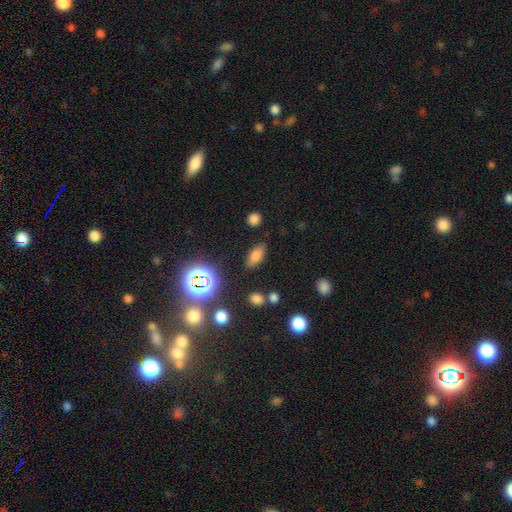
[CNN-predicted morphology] smooth_or_featured: smooth (p=0.73) [alt: star or artifact p=0.17]
how_rounded: in between (p=0.83) [alt: cigar-shaped p=0.11]
merging: none (p=0.83) [alt: minor disturbance p=0.11]